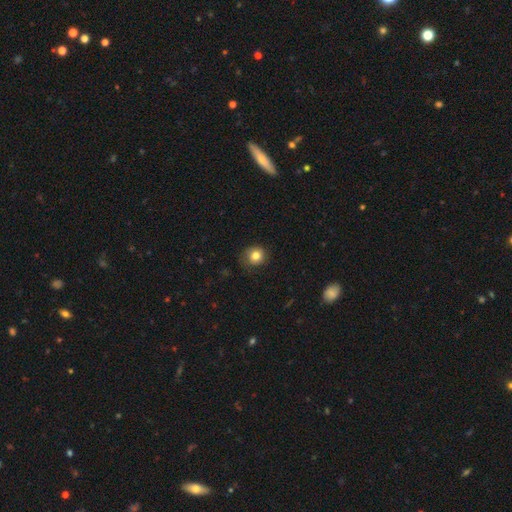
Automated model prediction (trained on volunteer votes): Overall: smooth (81%). How rounded: round (84%). Merging: none (76%).